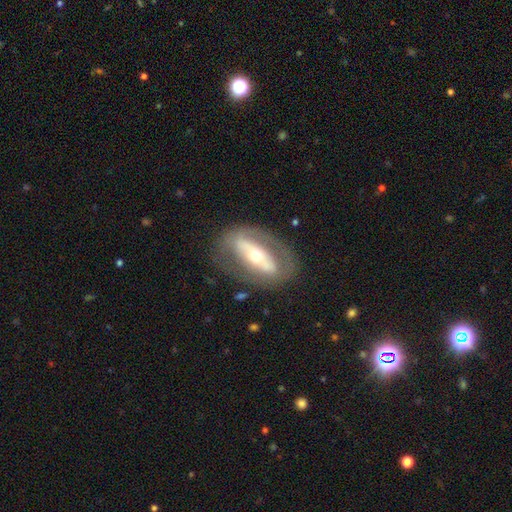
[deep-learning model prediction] The model was most divided on "bulge size": moderate: 52%, small: 40%, large: 5%, dominant: 2%, none: 1%. More confident: edge-on disk — no (81%); merging — none (74%); smooth or featured — featured or disk (71%); spiral arms — no (65%); bar — strong (58%).